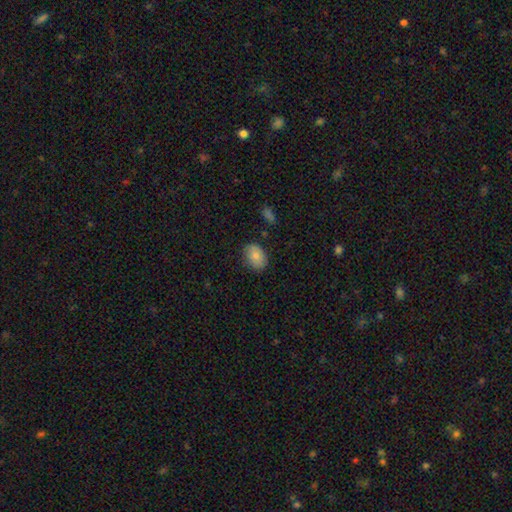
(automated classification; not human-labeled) A smooth galaxy with no disk features (81%) that is in between round and cigar-shaped (80%). Merging: none (82%).